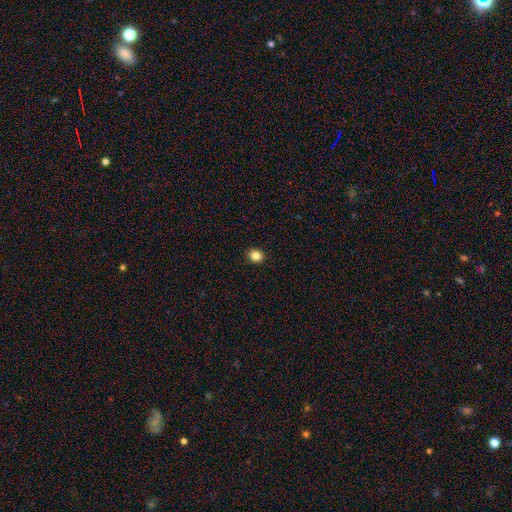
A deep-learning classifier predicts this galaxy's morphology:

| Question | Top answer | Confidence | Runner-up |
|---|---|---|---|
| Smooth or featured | smooth | 85% | star or artifact (11%) |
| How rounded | round | 67% | in between (32%) |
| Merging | none | 92% | minor disturbance (6%) |